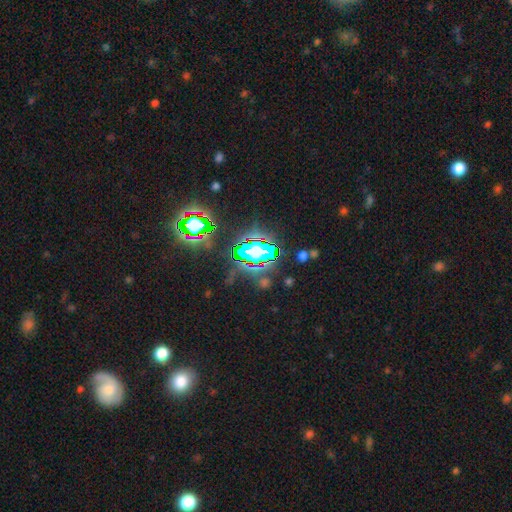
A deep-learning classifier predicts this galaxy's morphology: A star or artifact, not a galaxy (66%).